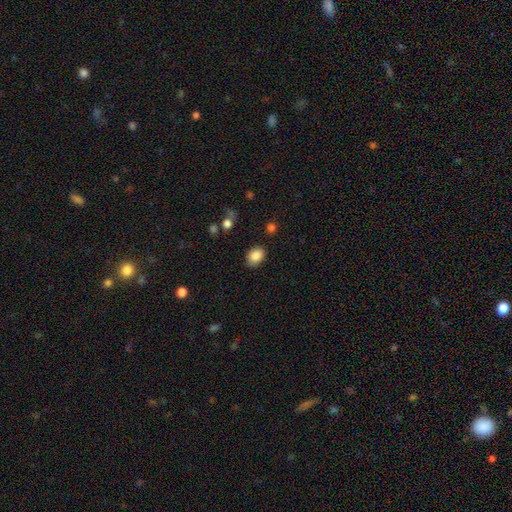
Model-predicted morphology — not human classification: type=smooth (87%); roundness=in between (72%); merging=none (84%).